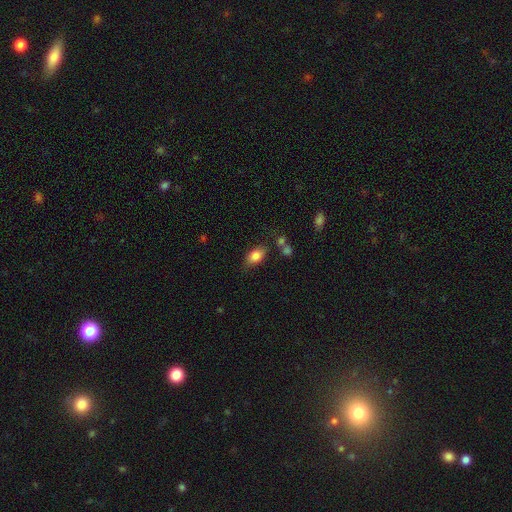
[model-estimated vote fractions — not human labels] smooth_or_featured: smooth (p=0.81) [alt: featured or disk p=0.11]
how_rounded: in between (p=0.88) [alt: round p=0.08]
merging: none (p=0.75) [alt: minor disturbance p=0.16]